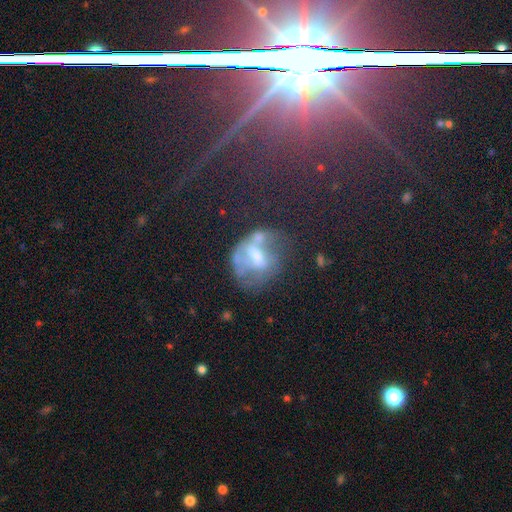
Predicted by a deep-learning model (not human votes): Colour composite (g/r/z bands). It shows a featured or disk galaxy (54%) with no bar (52%), no spiral arms (70%) and a moderate central bulge (50%). Merging: none (32%).